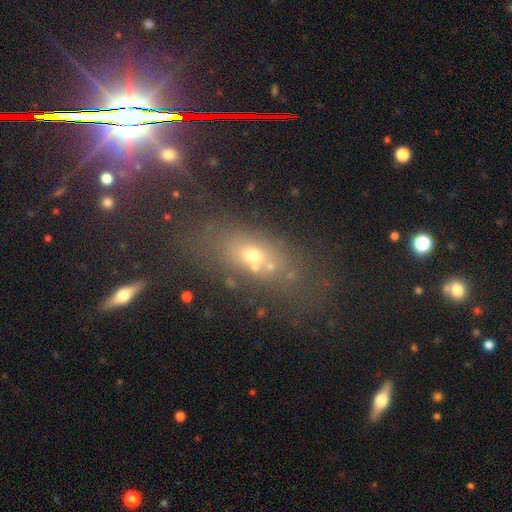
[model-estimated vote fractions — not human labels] Smooth or featured?
  - smooth: 48% *
  - star or artifact: 29%
  - featured or disk: 23%
Merging?
  - none: 56% *
  - merger: 21%
  - minor disturbance: 14%
  - major disturbance: 9%